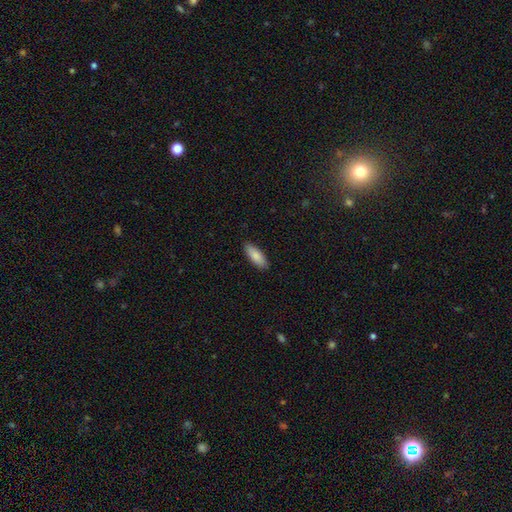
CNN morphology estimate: Q: Smooth or featured?
A: smooth (87%); runner-up: featured or disk (8%)
Q: How rounded?
A: in between (70%); runner-up: cigar-shaped (28%)
Q: Merging?
A: none (89%); runner-up: minor disturbance (8%)